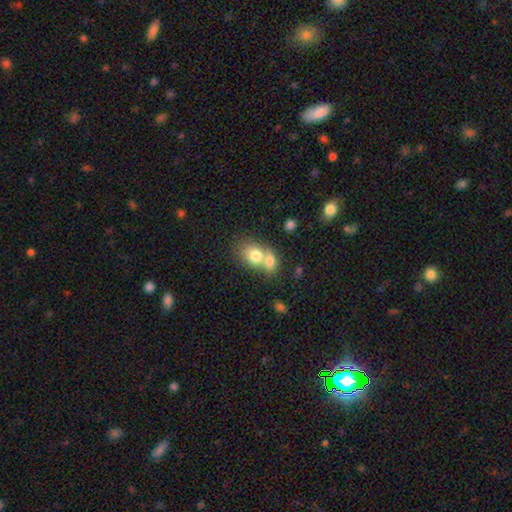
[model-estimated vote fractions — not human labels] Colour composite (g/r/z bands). It shows a smooth galaxy with no disk features (76%) that is in between round and cigar-shaped (59%). Merging: merger (65%).